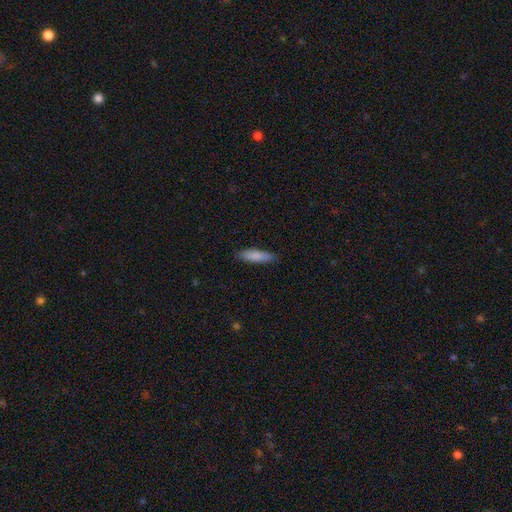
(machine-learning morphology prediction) A smooth galaxy with no disk features (85%) that is cigar-shaped (61%).

Vote fractions:
- Smooth or featured? smooth: 85% / featured or disk: 9% / star or artifact: 6%
- How rounded? cigar-shaped: 61% / in between: 37% / round: 1%
- Merging? none: 85% / minor disturbance: 12% / major disturbance: 2% / merger: 1%